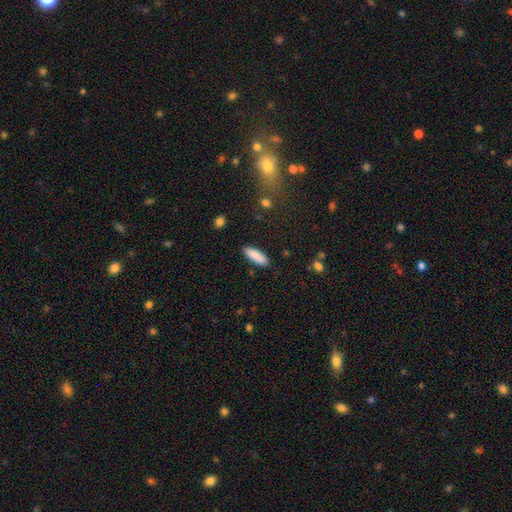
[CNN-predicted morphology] A smooth galaxy with no disk features (89%) that is in between round and cigar-shaped (54%). Merging: none (89%).